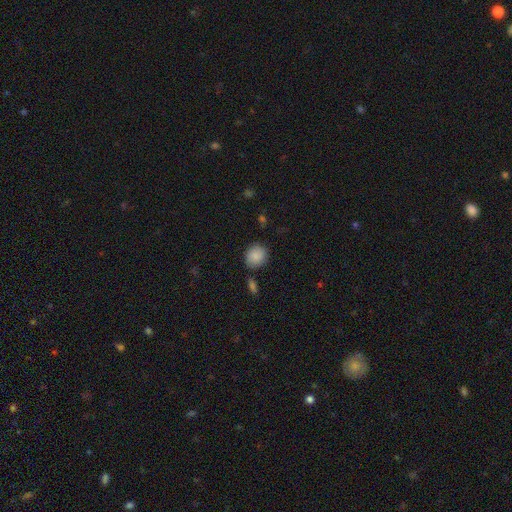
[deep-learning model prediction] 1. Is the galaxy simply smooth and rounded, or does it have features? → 86% smooth, 7% star or artifact, 6% featured or disk.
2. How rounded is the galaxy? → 71% round, 28% in between, 1% cigar-shaped.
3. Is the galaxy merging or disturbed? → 76% none, 16% minor disturbance, 4% merger, 3% major disturbance.